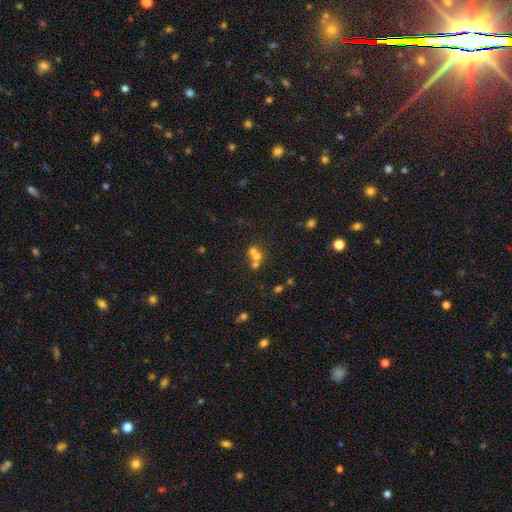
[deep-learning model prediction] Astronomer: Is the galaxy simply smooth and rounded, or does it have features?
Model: smooth — 55%.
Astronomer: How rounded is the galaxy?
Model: round — 70%.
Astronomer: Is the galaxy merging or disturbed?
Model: merger — 60%.